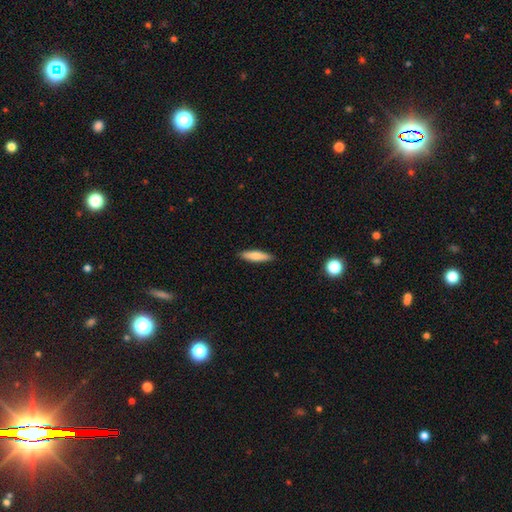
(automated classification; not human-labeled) This is likely a smooth galaxy (72%). How rounded: likely cigar-shaped (76%). Merging: clearly none (90%).